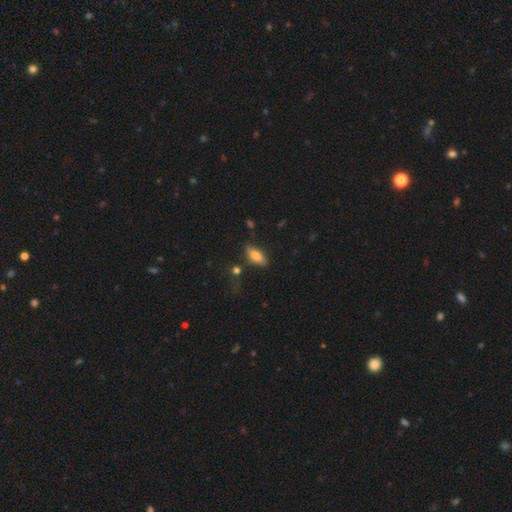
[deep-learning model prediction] smooth 72%, featured or disk 21%, star or artifact 7%. Down the decision tree: how rounded — in between (79%); merging — none (73%).